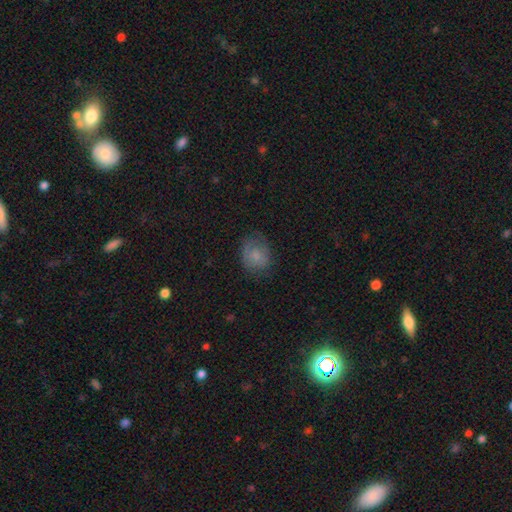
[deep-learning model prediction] Morphology: type=smooth (74%); roundness=round (58%); merging=none (63%).